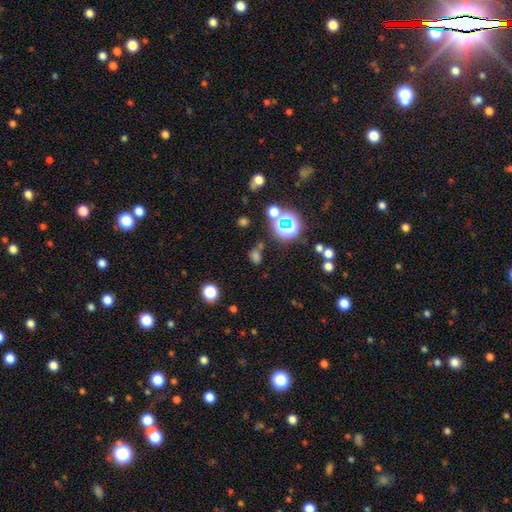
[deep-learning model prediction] smooth 48%, star or artifact 42%, featured or disk 10%. Down the decision tree: merging — none (63%).